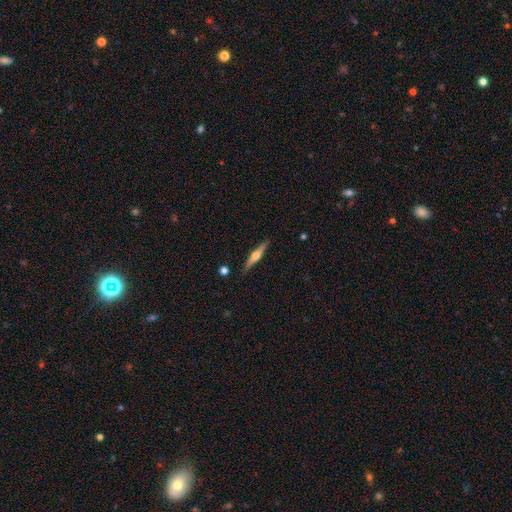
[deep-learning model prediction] Smooth or featured? Predicted: featured or disk (p=0.68). Edge-on disk? Predicted: yes (p=0.98). Edge-on bulge? Predicted: rounded (p=0.92). Merging? Predicted: none (p=0.89).